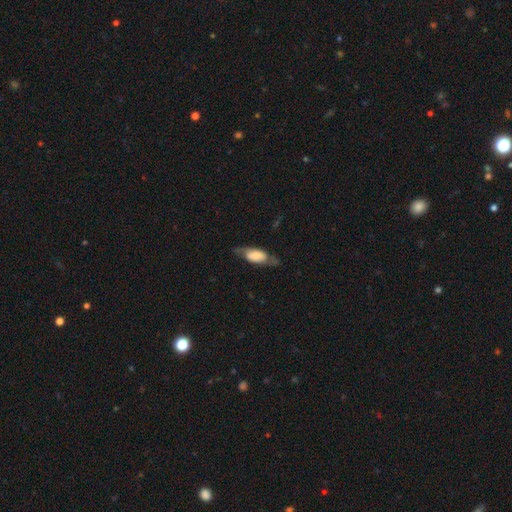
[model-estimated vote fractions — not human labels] smooth-or-featured: smooth: 51% | featured or disk: 43% | star or artifact: 6%
  how-rounded: in between: 73% | cigar-shaped: 24% | round: 3%
  merging: none: 64% | minor disturbance: 23% | major disturbance: 11% | merger: 2%